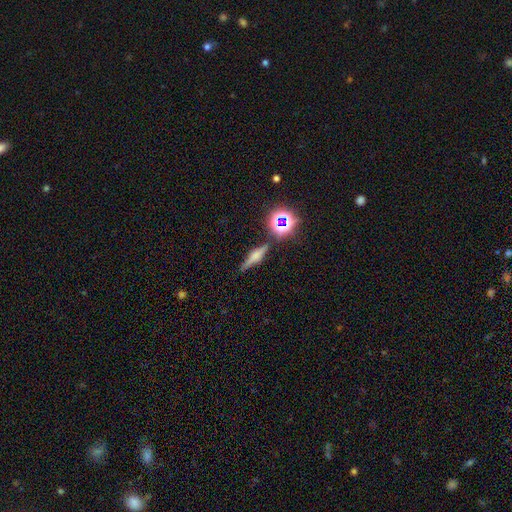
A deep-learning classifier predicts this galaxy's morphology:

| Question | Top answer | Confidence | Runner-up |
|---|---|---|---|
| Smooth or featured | featured or disk | 50% | smooth (31%) |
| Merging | none | 80% | minor disturbance (12%) |